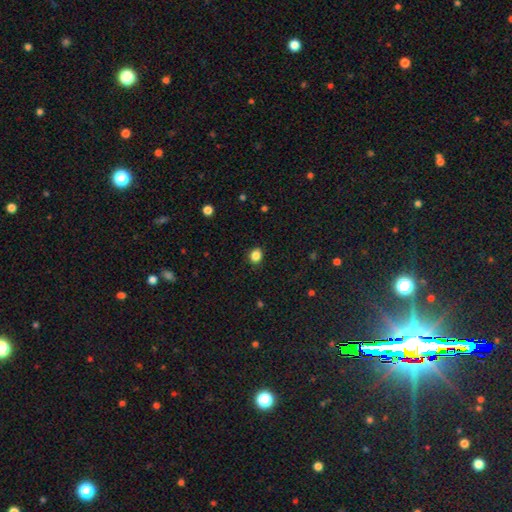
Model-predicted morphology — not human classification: A smooth galaxy with no disk features (86%) that is round (69%). Merging: none (89%).